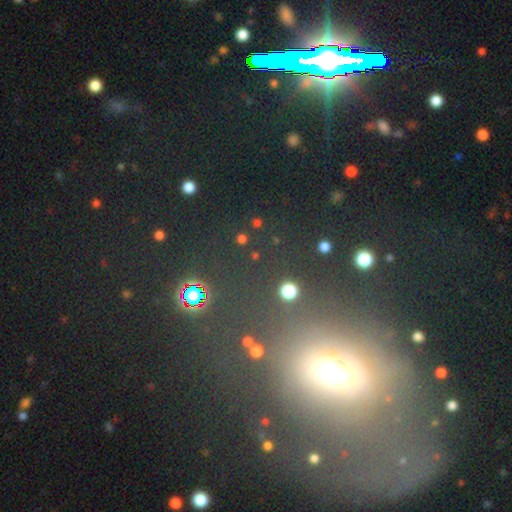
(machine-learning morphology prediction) Q: Smooth or featured?
A: star or artifact (59%); runner-up: smooth (30%)